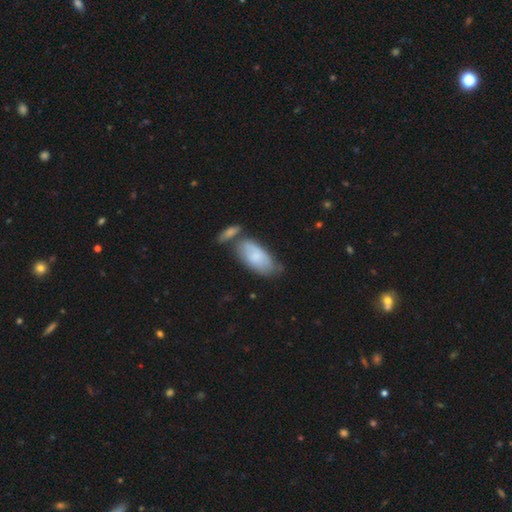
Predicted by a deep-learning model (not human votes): A smooth galaxy with no disk features (72%) that is in between round and cigar-shaped (90%).

Vote fractions:
- Smooth or featured? smooth: 72% / featured or disk: 22% / star or artifact: 6%
- How rounded? in between: 90% / cigar-shaped: 8% / round: 2%
- Merging? none: 44% / merger: 27% / minor disturbance: 22% / major disturbance: 7%